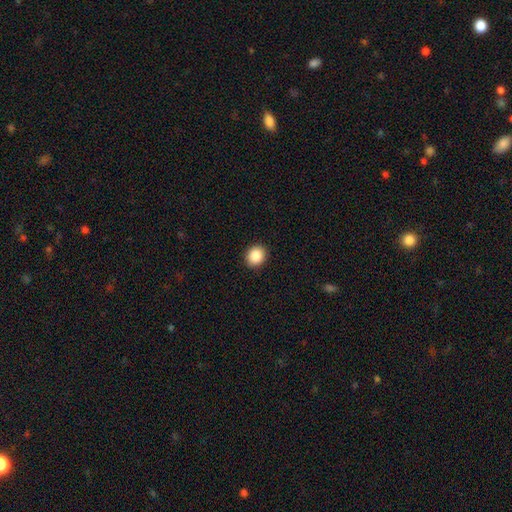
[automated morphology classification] Q: Smooth or featured?
A: smooth (88%); runner-up: star or artifact (9%)
Q: How rounded?
A: round (78%); runner-up: in between (21%)
Q: Merging?
A: none (92%); runner-up: minor disturbance (5%)